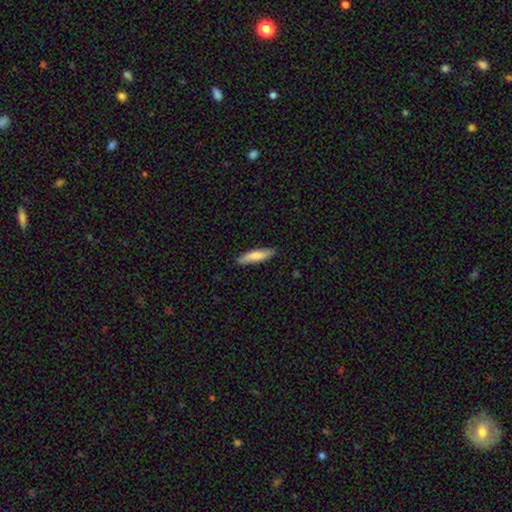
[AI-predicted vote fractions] Smooth or featured?
  - smooth: 78% *
  - featured or disk: 17%
  - star or artifact: 5%
How rounded?
  - cigar-shaped: 72% *
  - in between: 26%
  - round: 1%
Merging?
  - none: 85% *
  - minor disturbance: 12%
  - major disturbance: 2%
  - merger: 1%